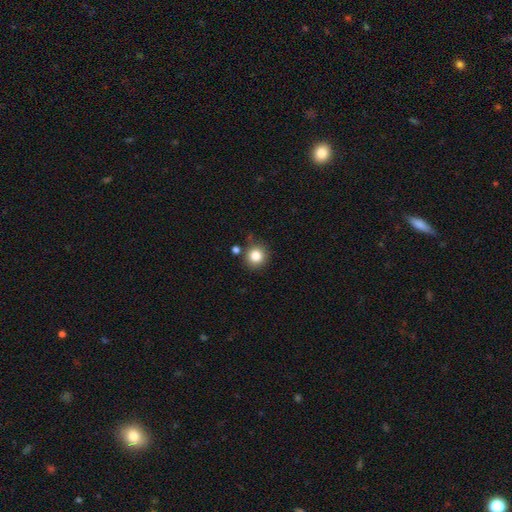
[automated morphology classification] smooth_or_featured: smooth (p=0.84) [alt: star or artifact p=0.11]
how_rounded: round (p=0.92) [alt: in between p=0.07]
merging: none (p=0.83) [alt: minor disturbance p=0.09]